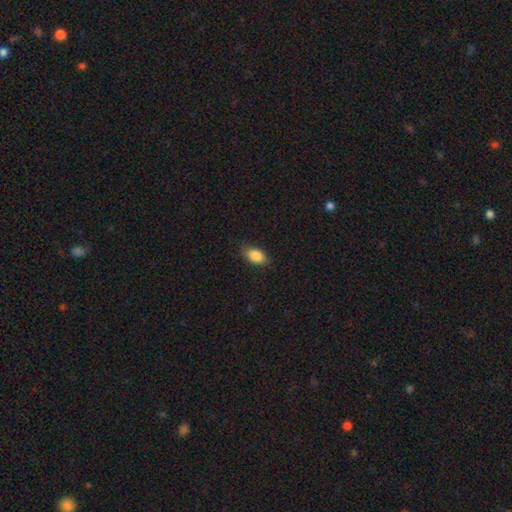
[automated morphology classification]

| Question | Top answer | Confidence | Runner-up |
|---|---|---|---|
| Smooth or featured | smooth | 86% | star or artifact (8%) |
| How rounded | in between | 89% | round (8%) |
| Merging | none | 81% | minor disturbance (15%) |